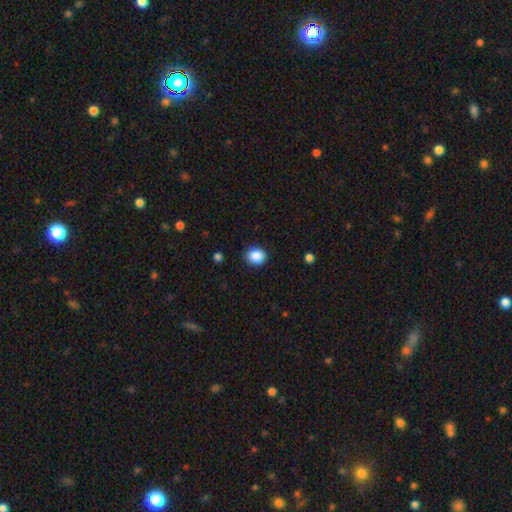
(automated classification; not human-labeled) Overall: smooth (88%). How rounded: round (70%). Merging: none (88%).